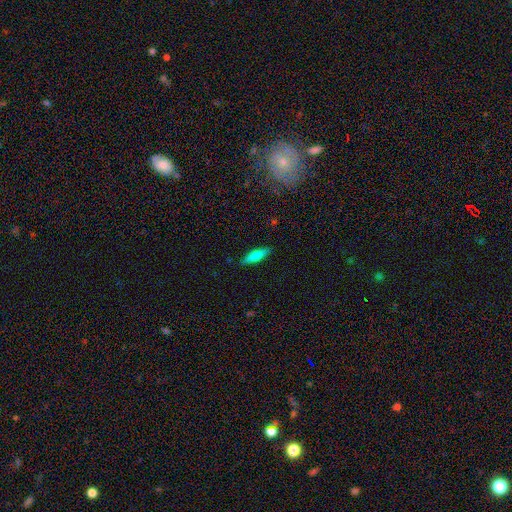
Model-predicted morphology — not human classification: The model was most divided on "how rounded": cigar-shaped: 63%, in between: 35%, round: 2%. More confident: merging — none (88%); smooth or featured — smooth (66%).